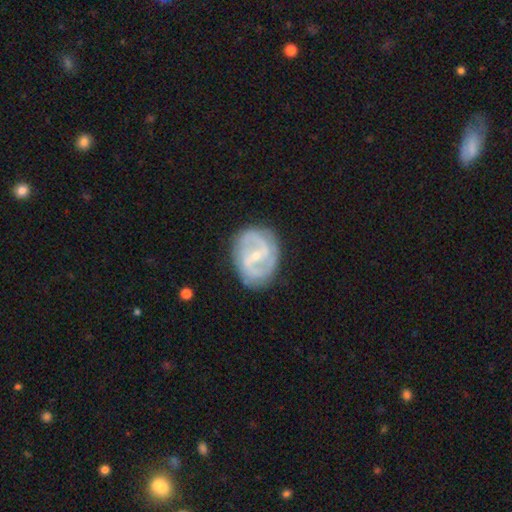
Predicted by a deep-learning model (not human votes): The model was most divided on "bar": weak: 46%, strong: 37%, no: 17%. Remaining: edge-on disk — no (97%); spiral arms — yes (90%); smooth or featured — featured or disk (83%); spiral arm count — 2 (79%); merging — none (77%); bulge size — small (69%); spiral winding — medium (48%).